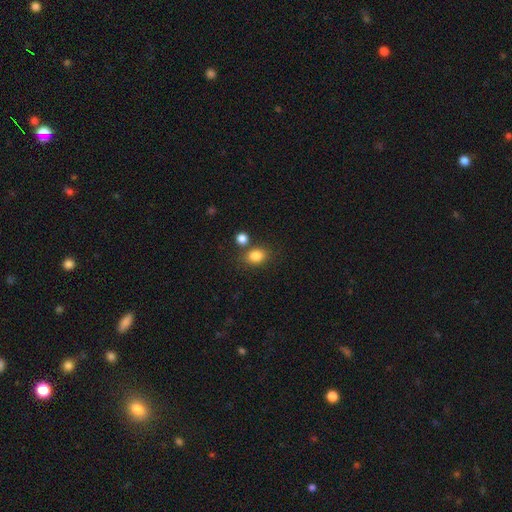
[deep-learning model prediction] This is clearly a smooth galaxy (83%). How rounded: possibly in between (53%). Merging: likely none (69%).